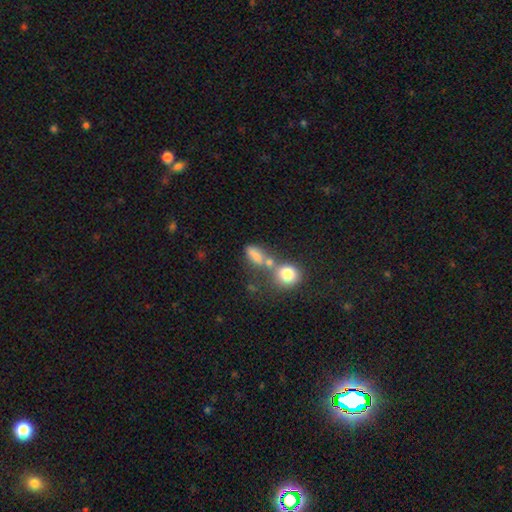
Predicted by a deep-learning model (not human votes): Overall: smooth (76%). How rounded: in between (58%; round 26%). Merging: none (40%; merger 38%).